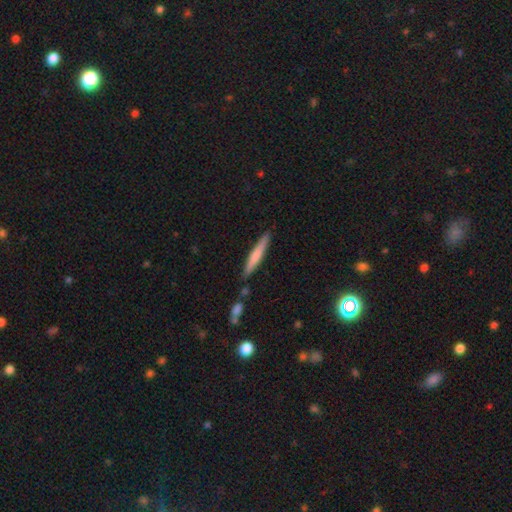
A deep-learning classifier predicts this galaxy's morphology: Smooth or featured? Predicted: smooth (p=0.63). How rounded? Predicted: cigar-shaped (p=0.94). Merging? Predicted: none (p=0.83).